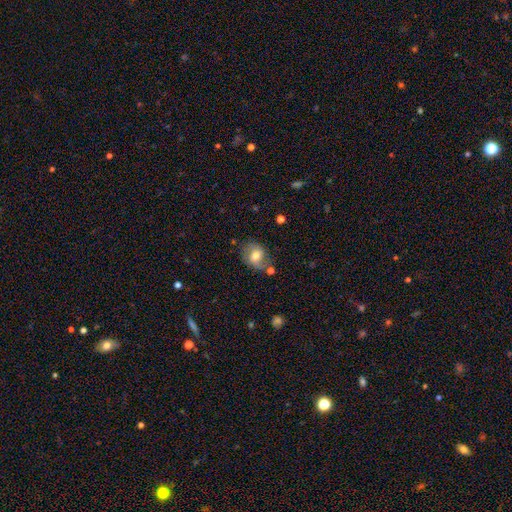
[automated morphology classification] The model was most divided on "how rounded": round: 50%, in between: 49%, cigar-shaped: 1%. More confident: merging — none (64%); smooth or featured — smooth (54%).